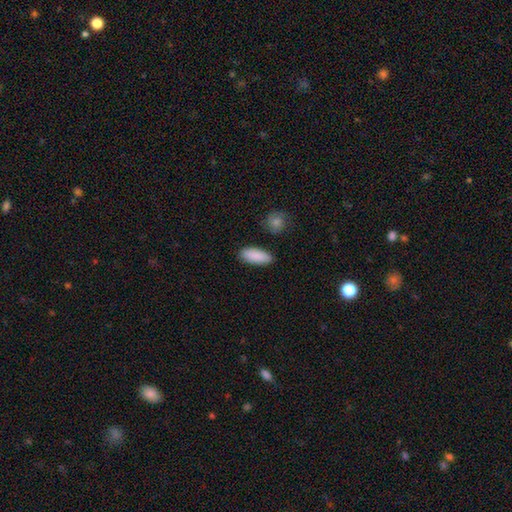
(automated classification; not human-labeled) Overall: smooth (89%). How rounded: in between (82%). Merging: none (86%).